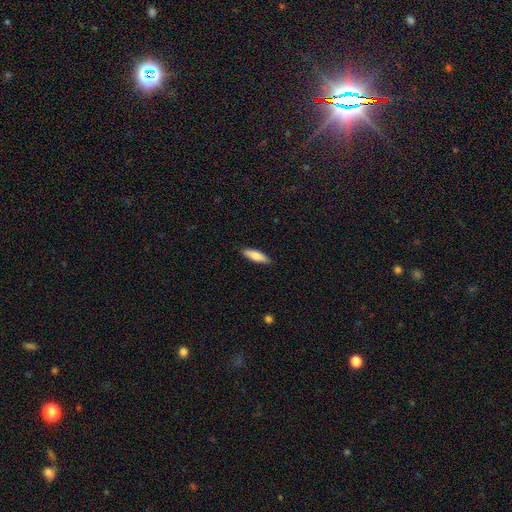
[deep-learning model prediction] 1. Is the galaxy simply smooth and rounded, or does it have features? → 82% smooth, 12% featured or disk, 6% star or artifact.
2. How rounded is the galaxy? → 51% cigar-shaped, 48% in between, 2% round.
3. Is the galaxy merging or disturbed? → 89% none, 8% minor disturbance, 2% major disturbance, 1% merger.